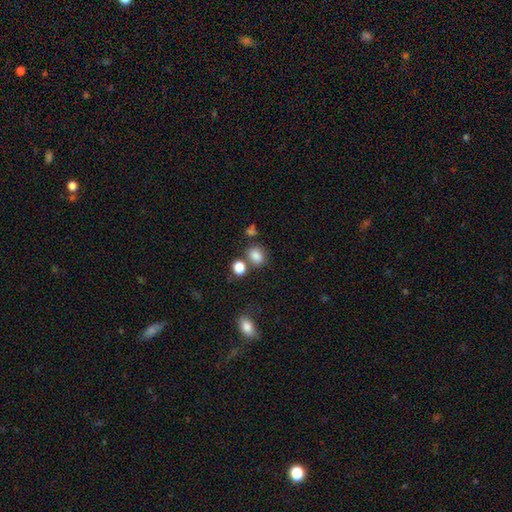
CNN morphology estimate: This appears to be a smooth galaxy with no disk features (82%) that is round (50%). Merging: none (68%).